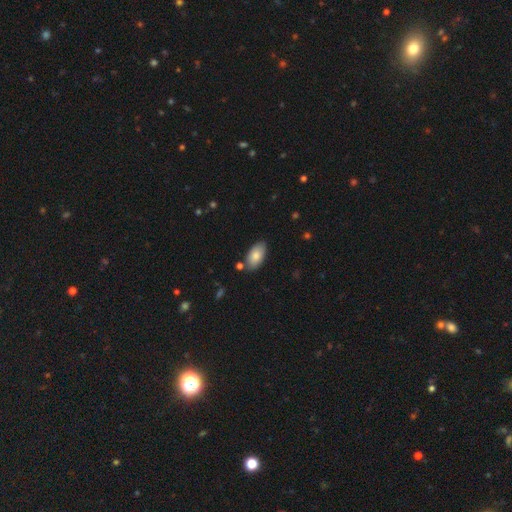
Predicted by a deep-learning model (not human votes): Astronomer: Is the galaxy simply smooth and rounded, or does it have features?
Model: smooth — 83%.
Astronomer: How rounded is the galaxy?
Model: in between — 95%.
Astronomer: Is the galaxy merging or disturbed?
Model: none — 81%.